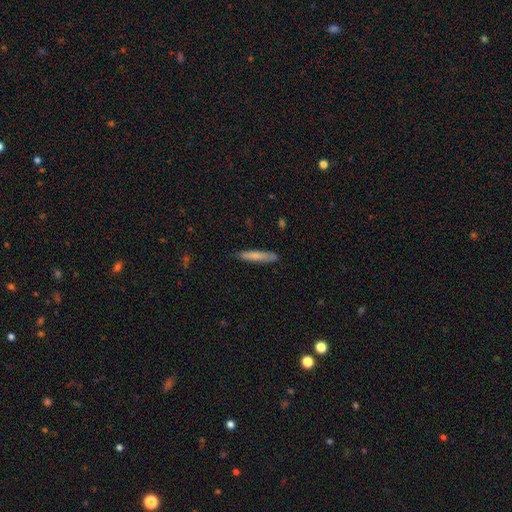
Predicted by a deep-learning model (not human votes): Overall: smooth (76%). How rounded: cigar-shaped (89%). Merging: none (81%).